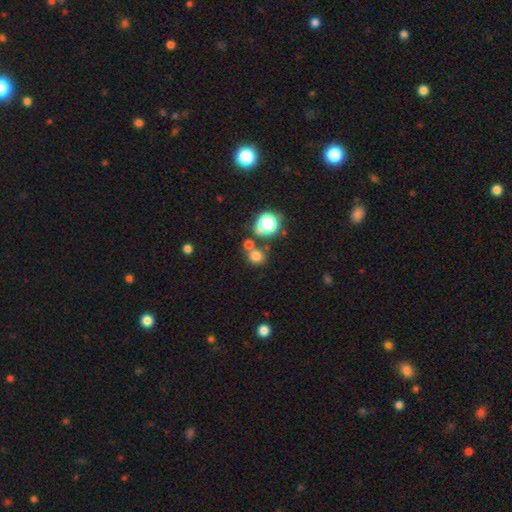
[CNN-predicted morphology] Smooth or featured? smooth (73%)
How rounded? round (81%)
Merging? none (66%)